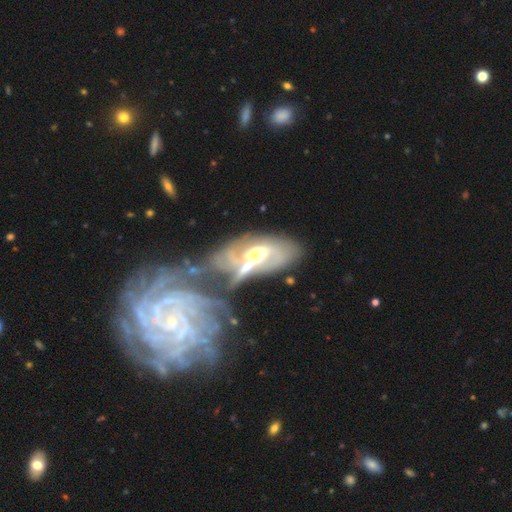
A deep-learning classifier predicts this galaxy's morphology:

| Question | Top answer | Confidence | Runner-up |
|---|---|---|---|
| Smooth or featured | featured or disk | 76% | smooth (17%) |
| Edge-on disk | no | 91% | yes (9%) |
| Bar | no | 58% | weak (27%) |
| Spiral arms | yes | 75% | no (25%) |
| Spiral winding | tight | 55% | medium (30%) |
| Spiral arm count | can't tell | 46% | 2 (25%) |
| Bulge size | moderate | 49% | large (31%) |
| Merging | merger | 57% | none (19%) |